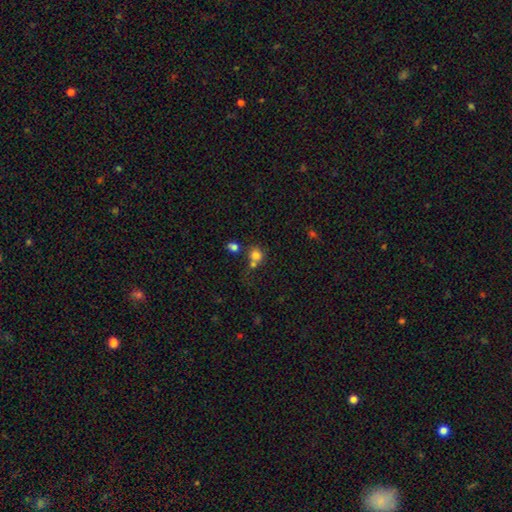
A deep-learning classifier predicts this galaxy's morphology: The model was most divided on "merging": none: 50%, merger: 35%, minor disturbance: 10%, major disturbance: 5%. More confident: how rounded — round (84%); smooth or featured — smooth (78%).